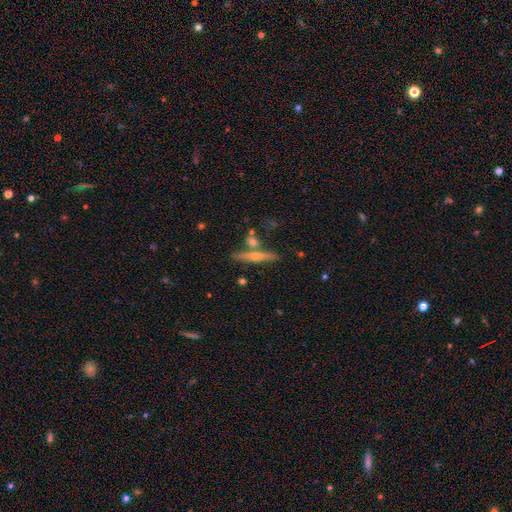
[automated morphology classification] Smooth or featured? featured or disk (54%)
Edge-on disk? yes (95%)
Edge-on bulge? rounded (78%)
Merging? none (74%)